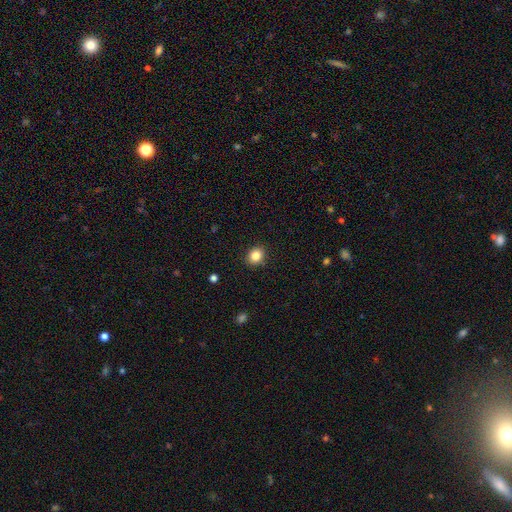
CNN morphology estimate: type=smooth (85%); roundness=round (71%); merging=none (90%).